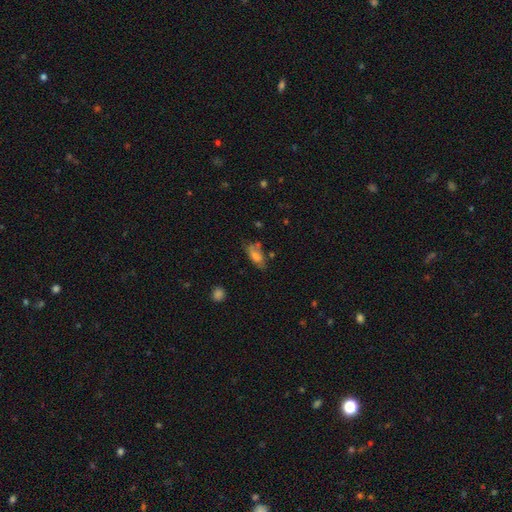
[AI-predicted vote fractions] Smooth or featured?
  - smooth: 69% *
  - featured or disk: 21%
  - star or artifact: 10%
How rounded?
  - in between: 80% *
  - cigar-shaped: 17%
  - round: 3%
Merging?
  - none: 59% *
  - minor disturbance: 24%
  - merger: 9%
  - major disturbance: 8%